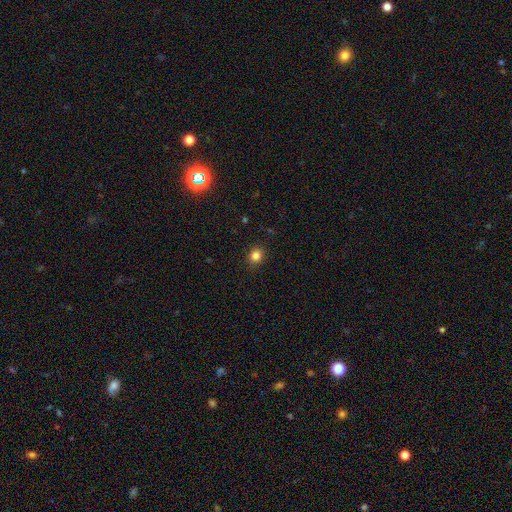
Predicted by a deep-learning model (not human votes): This appears to be a smooth galaxy with no disk features (83%) that is round (80%). Merging: none (90%).